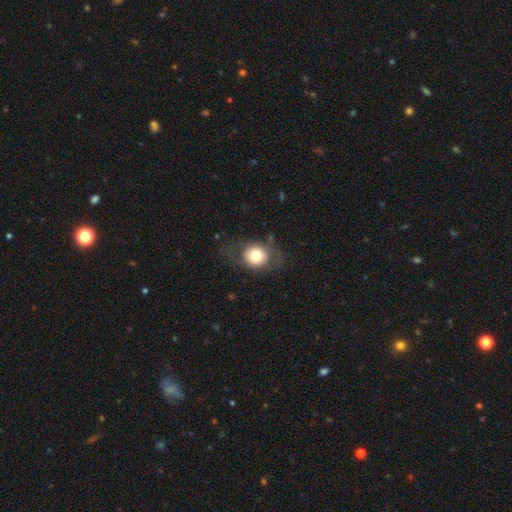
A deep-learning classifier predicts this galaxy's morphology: This is likely a smooth galaxy (70%). How rounded: likely round (66%). Merging: likely none (72%).